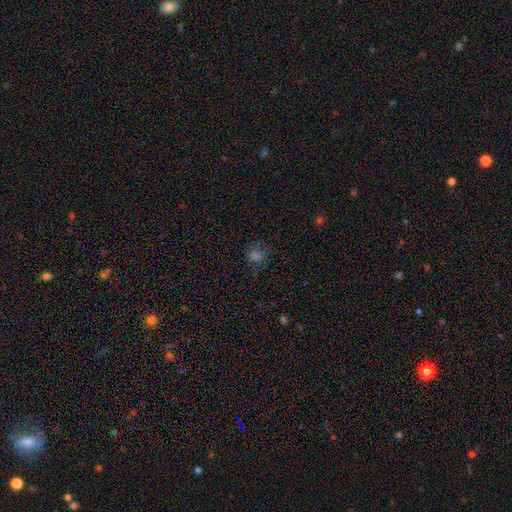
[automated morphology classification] smooth 53%, star or artifact 36%, featured or disk 11%. Down the decision tree: how rounded — round (75%); merging — none (71%).